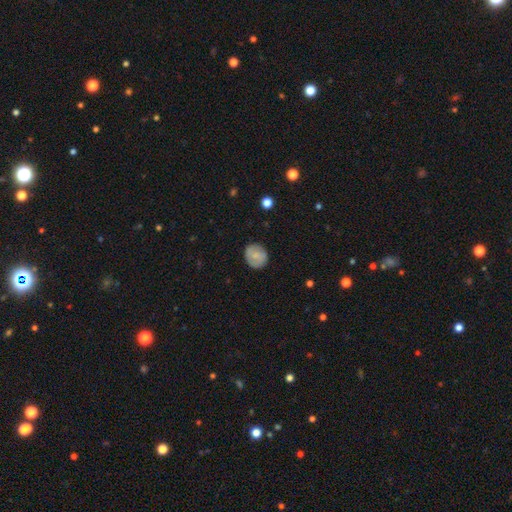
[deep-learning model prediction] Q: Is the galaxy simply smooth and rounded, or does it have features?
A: smooth — 60%.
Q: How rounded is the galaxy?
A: round — 79%.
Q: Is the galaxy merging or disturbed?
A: none — 83%.